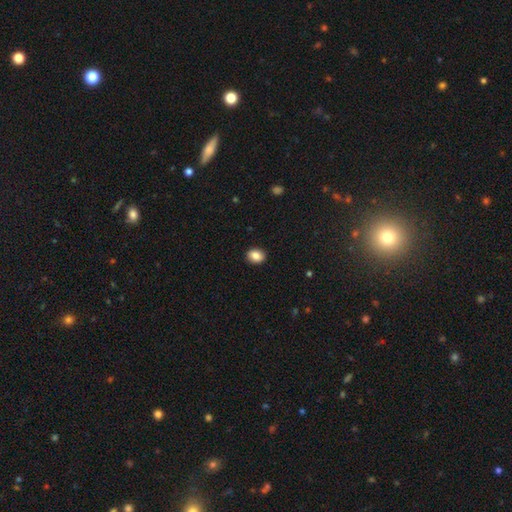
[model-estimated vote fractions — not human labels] Smooth or featured? Predicted: smooth (p=0.86). How rounded? Predicted: in between (p=0.58). Merging? Predicted: none (p=0.91).